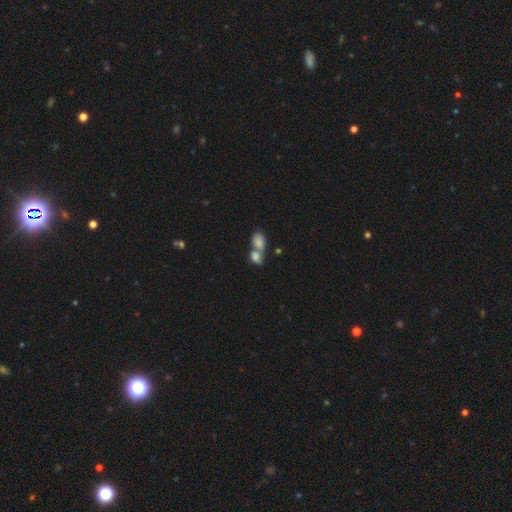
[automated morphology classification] smooth-or-featured: smooth: 78% | featured or disk: 12% | star or artifact: 9%
  how-rounded: in between: 79% | round: 19% | cigar-shaped: 2%
  merging: merger: 71% | none: 19% | minor disturbance: 6% | major disturbance: 4%